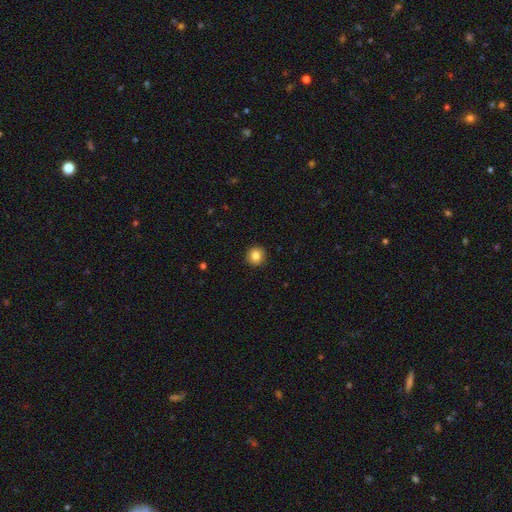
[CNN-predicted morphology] The model was most divided on "smooth or featured": smooth: 85%, star or artifact: 10%, featured or disk: 6%. More confident: how rounded — round (95%); merging — none (93%).